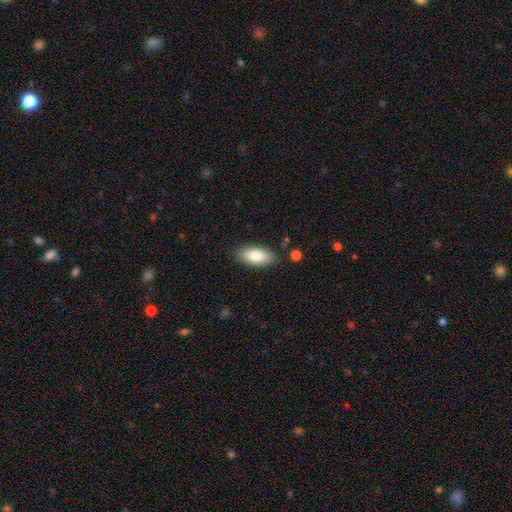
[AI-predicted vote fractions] smooth 82%, featured or disk 12%, star or artifact 6%. Down the decision tree: how rounded — in between (87%); merging — none (85%).